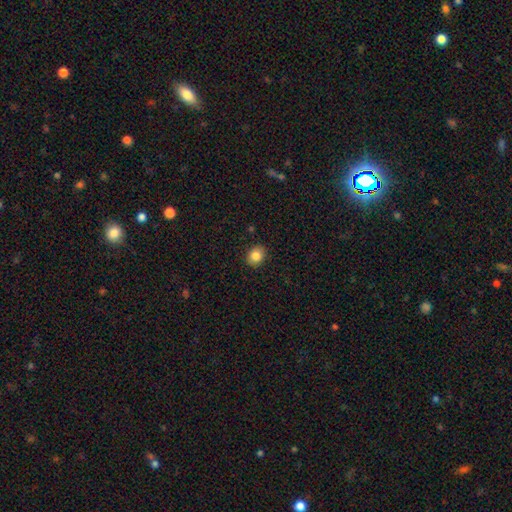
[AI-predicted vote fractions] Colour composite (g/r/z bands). It shows a smooth galaxy with no disk features (84%) that is round (56%). Merging: none (90%).